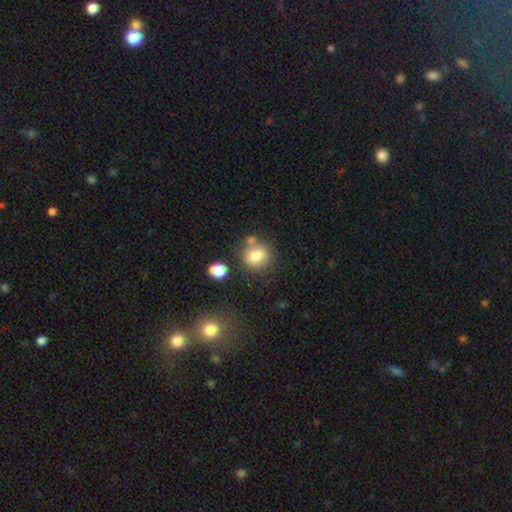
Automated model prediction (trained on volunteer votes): Smooth or featured? smooth (78%)
How rounded? round (85%)
Merging? none (67%)